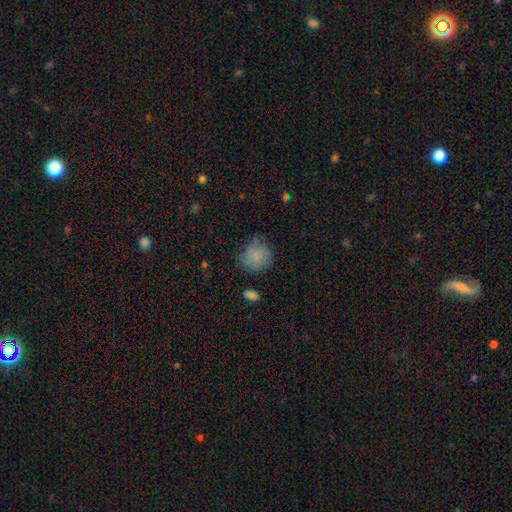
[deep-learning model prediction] Smooth or featured? smooth (79%)
How rounded? round (79%)
Merging? none (66%)